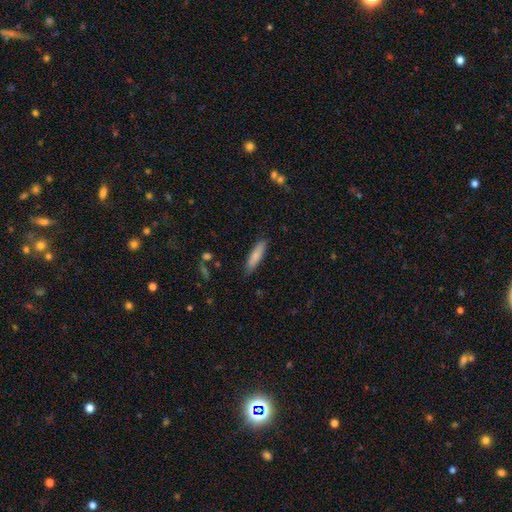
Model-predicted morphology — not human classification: This is likely a smooth galaxy (79%). How rounded: likely cigar-shaped (75%). Merging: clearly none (85%).